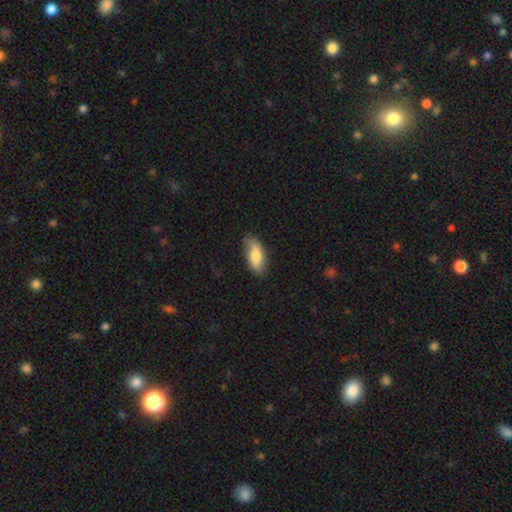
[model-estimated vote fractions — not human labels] Morphology: type=smooth (73%); roundness=in between (85%); merging=none (64%).